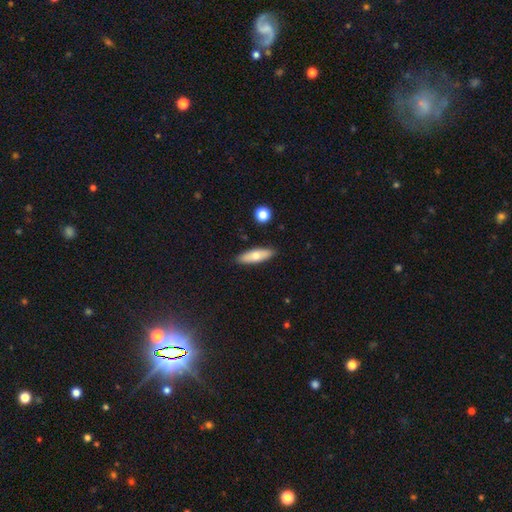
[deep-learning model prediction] A smooth galaxy with no disk features (66%) that is in between round and cigar-shaped (50%). Merging: none (89%).